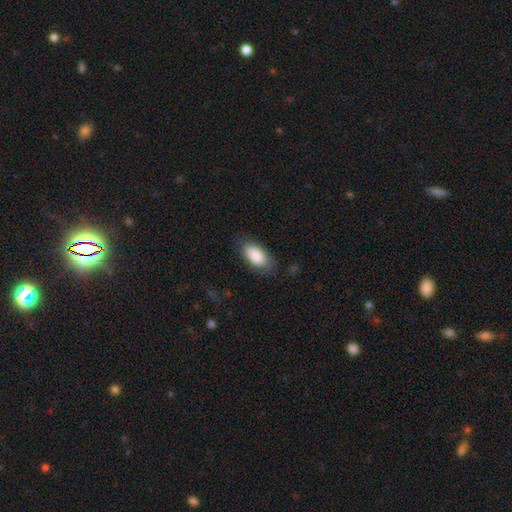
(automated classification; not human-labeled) Smooth or featured? Predicted: smooth (p=0.88). How rounded? Predicted: in between (p=0.93). Merging? Predicted: none (p=0.78).